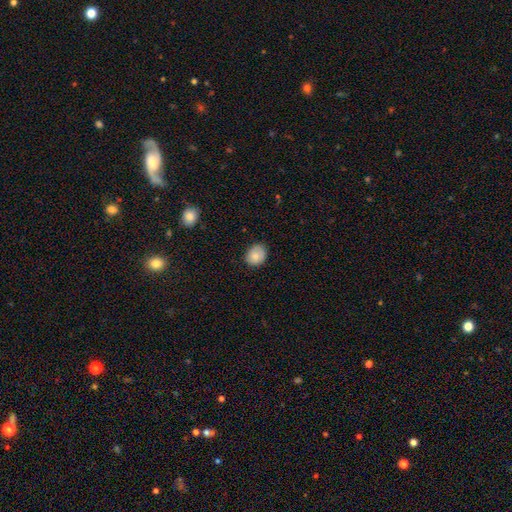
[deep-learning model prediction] Smooth or featured? smooth (82%)
How rounded? round (54%)
Merging? none (78%)